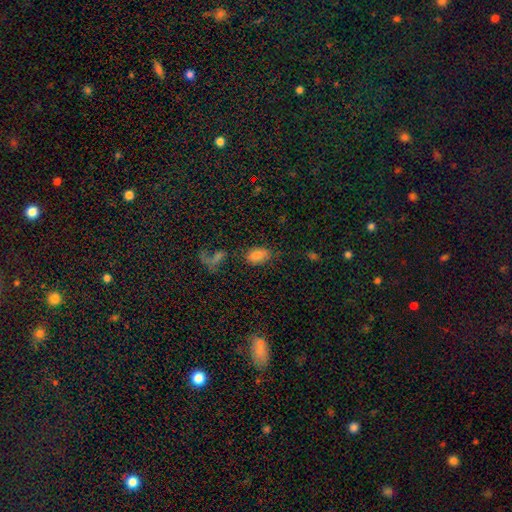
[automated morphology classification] A smooth galaxy with no disk features (82%) that is in between round and cigar-shaped (89%). Merging: none (64%).